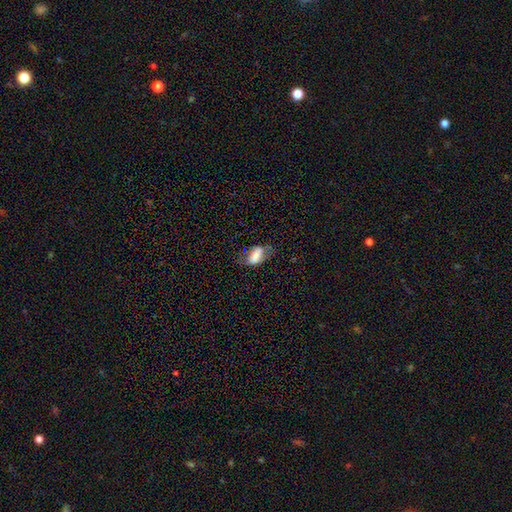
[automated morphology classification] Overall: smooth (61%; featured or disk 30%). How rounded: in between (88%). Merging: none (51%; minor disturbance 28%).